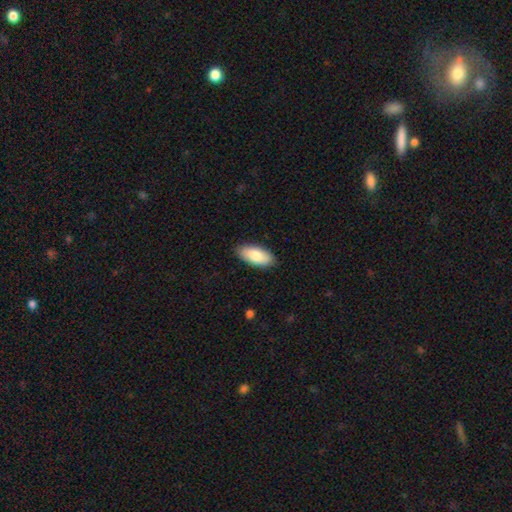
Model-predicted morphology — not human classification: smooth 83%, featured or disk 11%, star or artifact 6%. Down the decision tree: how rounded — in between (90%); merging — none (88%).